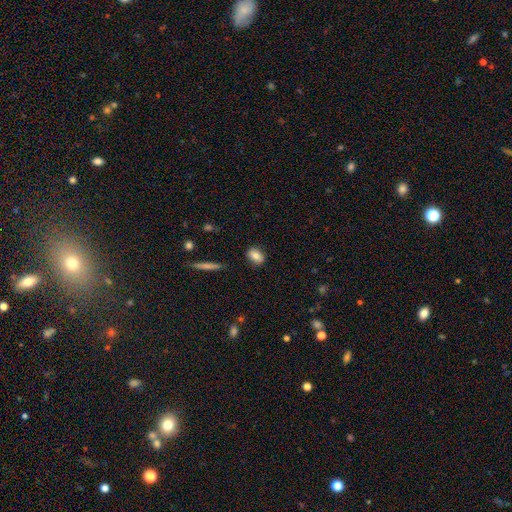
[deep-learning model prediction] smooth_or_featured: smooth (p=0.80) [alt: featured or disk p=0.12]
how_rounded: in between (p=0.74) [alt: round p=0.23]
merging: none (p=0.86) [alt: minor disturbance p=0.10]